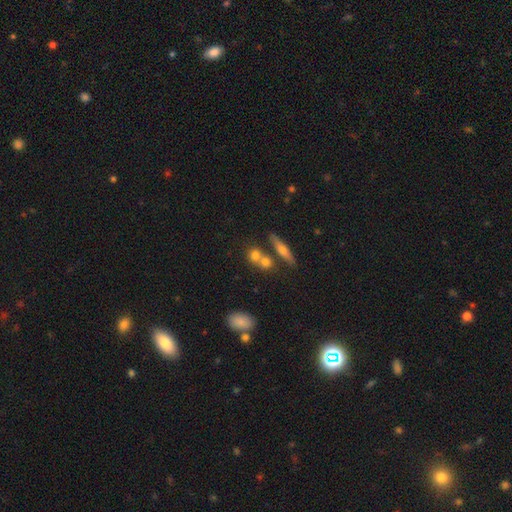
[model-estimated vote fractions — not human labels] Morphology: type=smooth (67%); roundness=round (65%); merging=none (47%).